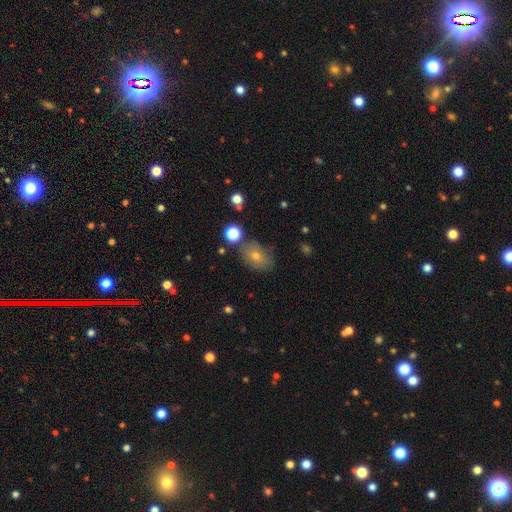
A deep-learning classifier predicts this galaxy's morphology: Smooth or featured? smooth (65%)
How rounded? in between (69%)
Merging? none (74%)